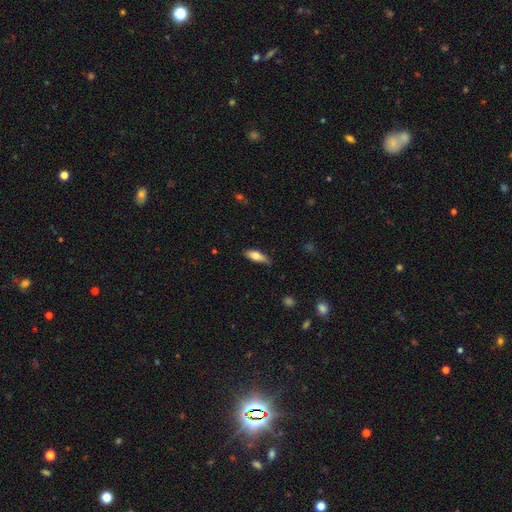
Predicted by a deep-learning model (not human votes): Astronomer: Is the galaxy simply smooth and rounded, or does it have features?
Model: smooth — 72%.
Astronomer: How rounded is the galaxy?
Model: in between — 62%.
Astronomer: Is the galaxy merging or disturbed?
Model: none — 68%.